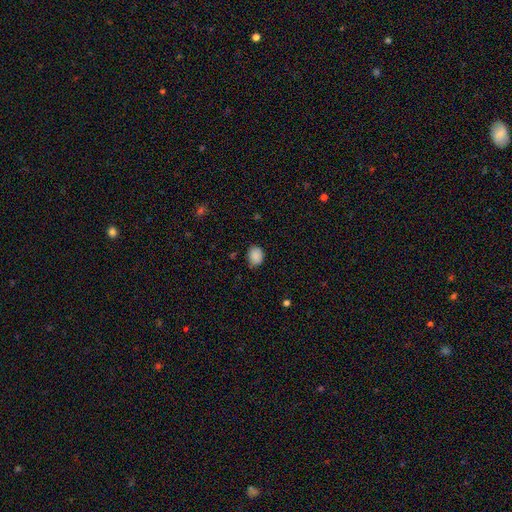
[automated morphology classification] Smooth or featured? smooth (88%)
How rounded? round (53%)
Merging? none (77%)